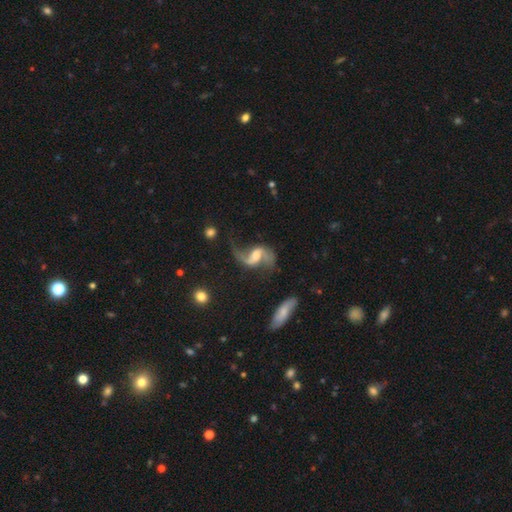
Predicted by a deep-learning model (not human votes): This appears to be a featured or disk galaxy (87%) with a weak bar (49%), 2 (92%) loose (78%) spiral arms (96%) and a moderate central bulge (51%). Merging: none (60%).